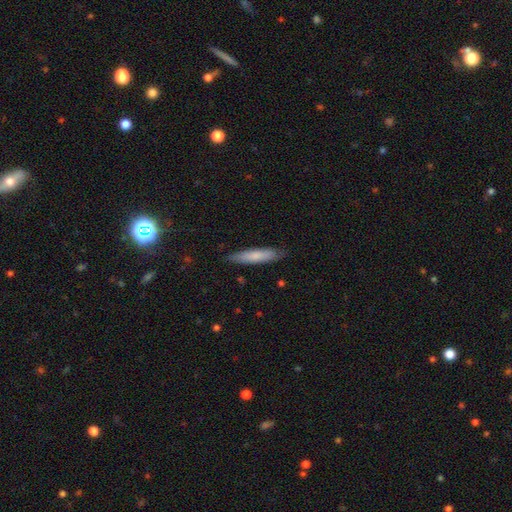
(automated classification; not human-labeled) smooth-or-featured: smooth: 72% | featured or disk: 22% | star or artifact: 6%
  how-rounded: cigar-shaped: 87% | in between: 12% | round: 1%
  merging: none: 84% | minor disturbance: 12% | major disturbance: 2% | merger: 1%